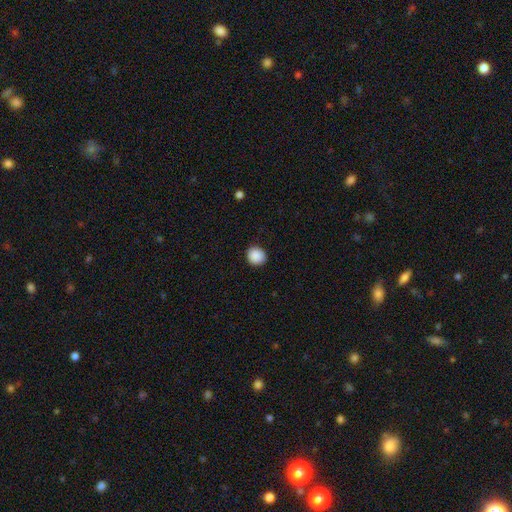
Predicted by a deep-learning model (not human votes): A smooth galaxy with no disk features (89%) that is round (86%).

Vote fractions:
- Smooth or featured? smooth: 89% / star or artifact: 8% / featured or disk: 3%
- How rounded? round: 86% / in between: 13% / cigar-shaped: 1%
- Merging? none: 90% / minor disturbance: 8% / major disturbance: 2% / merger: 1%